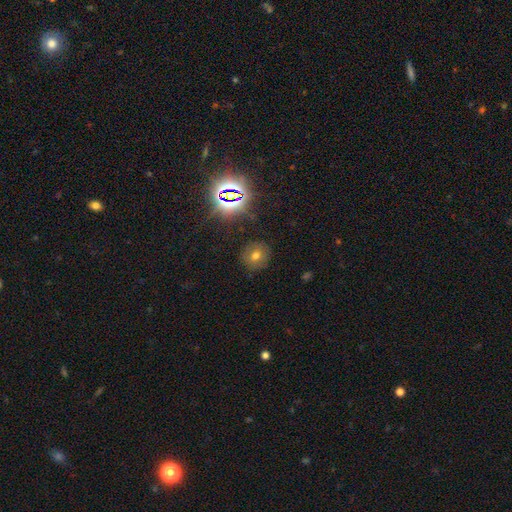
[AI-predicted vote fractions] A smooth galaxy with no disk features (60%) that is round (87%). Merging: none (85%).